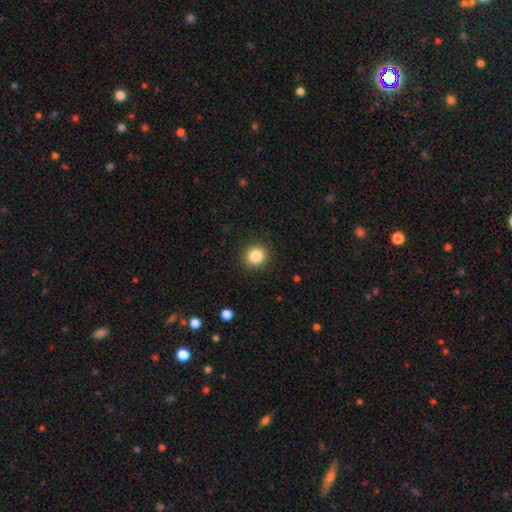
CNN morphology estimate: smooth 85%, star or artifact 10%, featured or disk 5%. Down the decision tree: how rounded — round (89%); merging — none (91%).